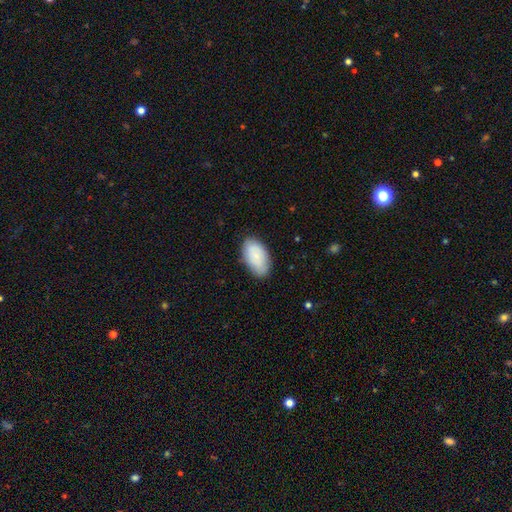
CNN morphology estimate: Smooth or featured? Predicted: smooth (p=0.81). How rounded? Predicted: in between (p=0.95). Merging? Predicted: none (p=0.81).